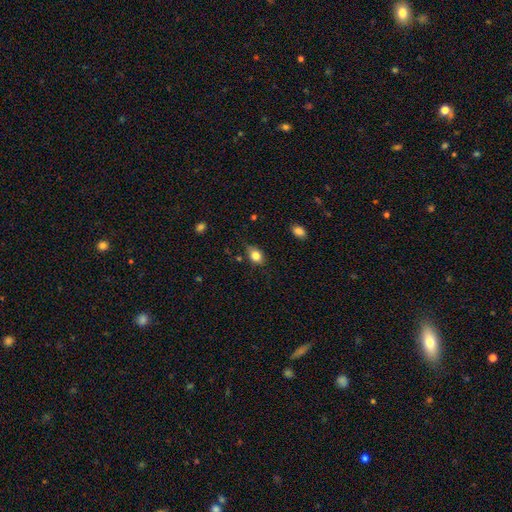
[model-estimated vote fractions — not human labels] A smooth galaxy with no disk features (81%) that is in between round and cigar-shaped (68%). Merging: none (70%).